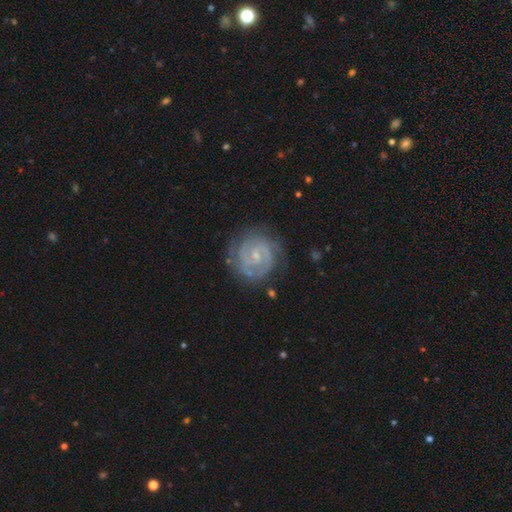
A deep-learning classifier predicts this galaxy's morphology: A featured or disk galaxy (88%) with no bar (56%), 2 (69%) tight (72%) spiral arms (97%) and a small central bulge (77%).

Vote fractions:
- Smooth or featured? featured or disk: 88% / smooth: 7% / star or artifact: 5%
- Edge-on disk? no: 98% / yes: 2%
- Bar? no: 56% / weak: 35% / strong: 8%
- Spiral arms? yes: 97% / no: 3%
- Spiral winding? tight: 72% / medium: 24% / loose: 4%
- Spiral arm count? 2: 69% / 3: 12% / can't tell: 10% / 4: 3% / 1: 3% / more than 4: 3%
- Bulge size? small: 77% / moderate: 18% / none: 3% / large: 1% / dominant: 1%
- Merging? none: 79% / minor disturbance: 15% / major disturbance: 5% / merger: 1%